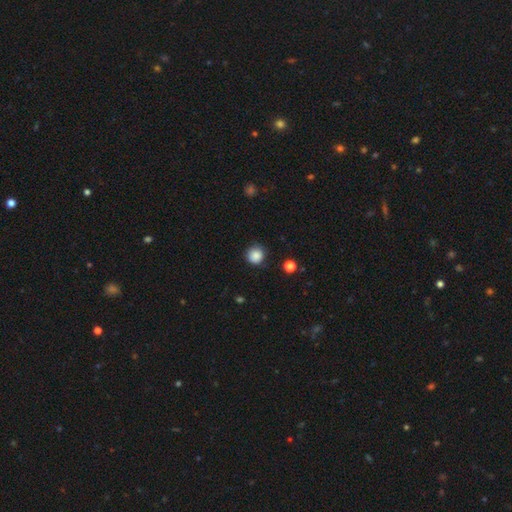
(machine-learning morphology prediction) A smooth galaxy with no disk features (86%) that is round (93%). Merging: none (84%).